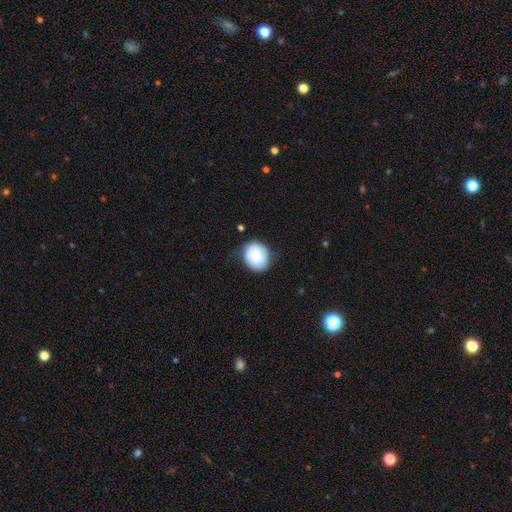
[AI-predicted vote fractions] smooth-or-featured: smooth: 82% | featured or disk: 11% | star or artifact: 7%
  how-rounded: round: 59% | in between: 40% | cigar-shaped: 1%
  merging: none: 73% | minor disturbance: 21% | major disturbance: 5% | merger: 1%